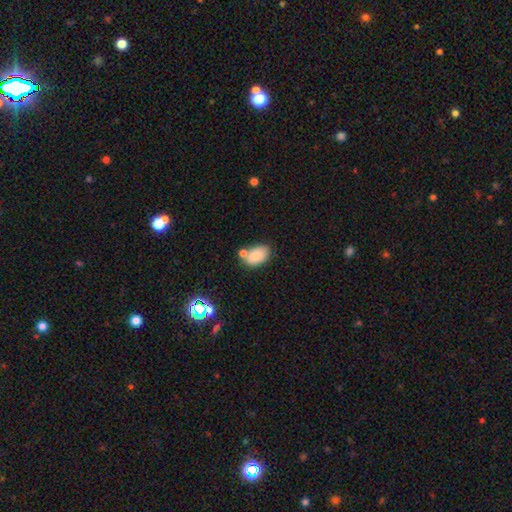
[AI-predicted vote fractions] This appears to be a smooth galaxy with no disk features (83%) that is in between round and cigar-shaped (91%). Merging: none (59%).